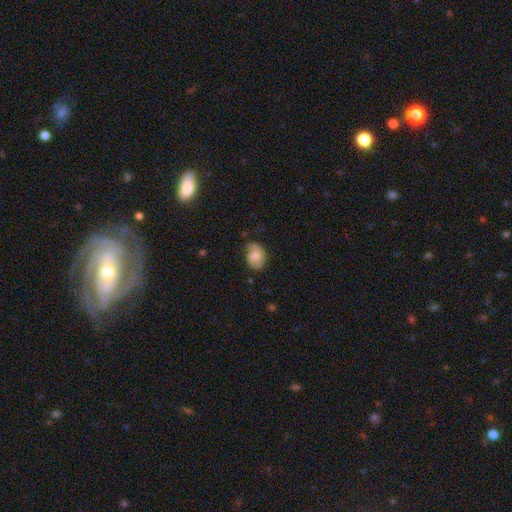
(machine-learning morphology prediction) smooth 58%, featured or disk 34%, star or artifact 8%. Down the decision tree: how rounded — in between (62%); merging — none (59%).